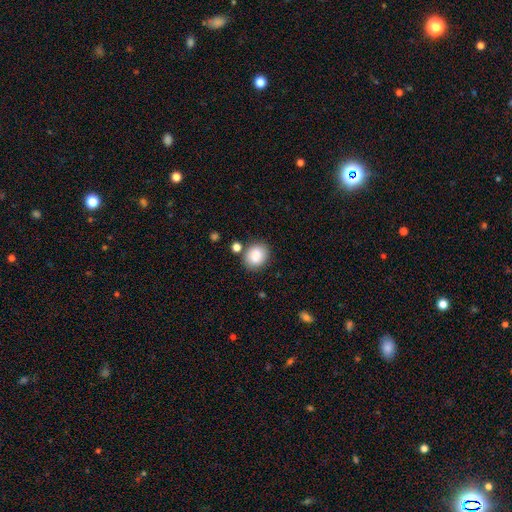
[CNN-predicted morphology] smooth_or_featured: smooth (p=0.86) [alt: star or artifact p=0.08]
how_rounded: round (p=0.59) [alt: in between p=0.40]
merging: none (p=0.78) [alt: minor disturbance p=0.12]